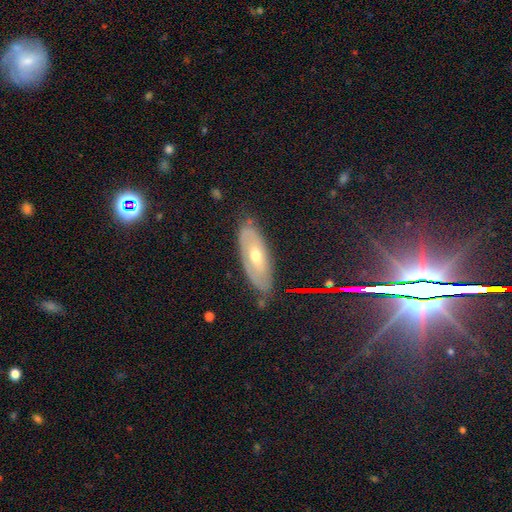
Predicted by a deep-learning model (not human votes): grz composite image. It shows a featured or disk galaxy (62%). Merging: none (77%).